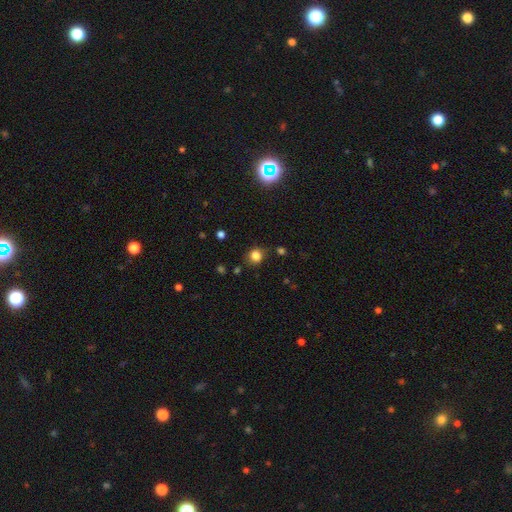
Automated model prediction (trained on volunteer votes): smooth 82%, star or artifact 13%, featured or disk 5%. Down the decision tree: how rounded — round (78%); merging — none (77%).